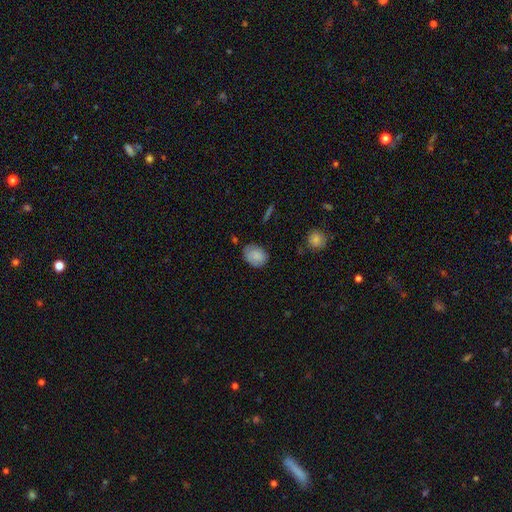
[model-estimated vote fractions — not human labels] A smooth galaxy with no disk features (84%) that is in between round and cigar-shaped (66%).

Vote fractions:
- Smooth or featured? smooth: 84% / featured or disk: 8% / star or artifact: 8%
- How rounded? in between: 66% / round: 33% / cigar-shaped: 1%
- Merging? none: 73% / minor disturbance: 21% / major disturbance: 4% / merger: 2%